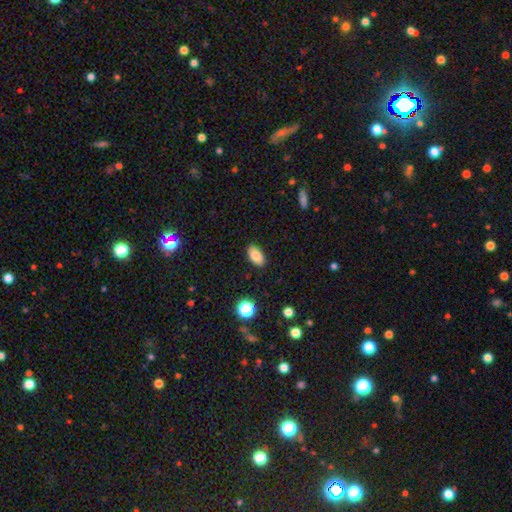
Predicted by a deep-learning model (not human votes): Smooth or featured? Predicted: smooth (p=0.84). How rounded? Predicted: in between (p=0.92). Merging? Predicted: none (p=0.88).